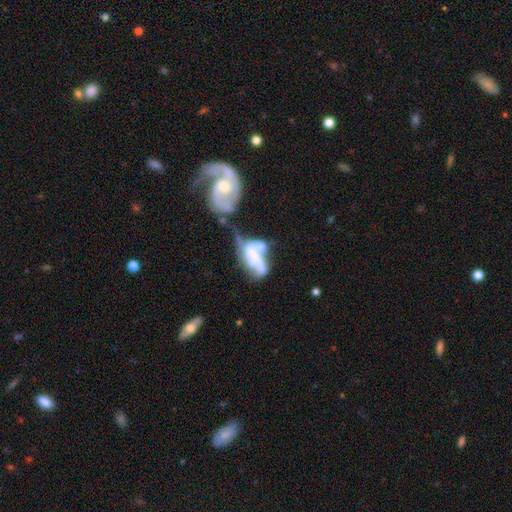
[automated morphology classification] A featured or disk galaxy (62%) with no bar (69%), spiral arms (51%) and no central bulge (45%). Merging: merger (57%).